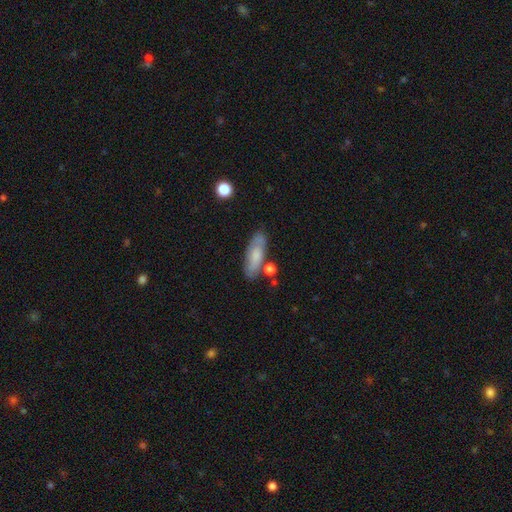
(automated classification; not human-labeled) A smooth galaxy with no disk features (59%) that is in between round and cigar-shaped (65%). Merging: none (71%).